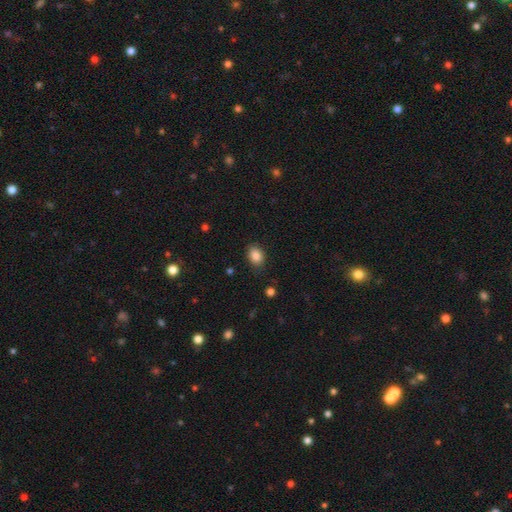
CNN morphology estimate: Q: Smooth or featured?
A: smooth (86%); runner-up: star or artifact (9%)
Q: How rounded?
A: in between (68%); runner-up: round (31%)
Q: Merging?
A: none (82%); runner-up: minor disturbance (13%)